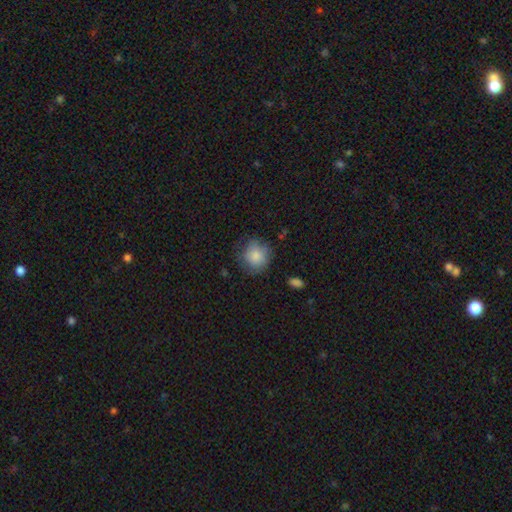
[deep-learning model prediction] Smooth or featured? smooth (84%)
How rounded? round (86%)
Merging? none (70%)